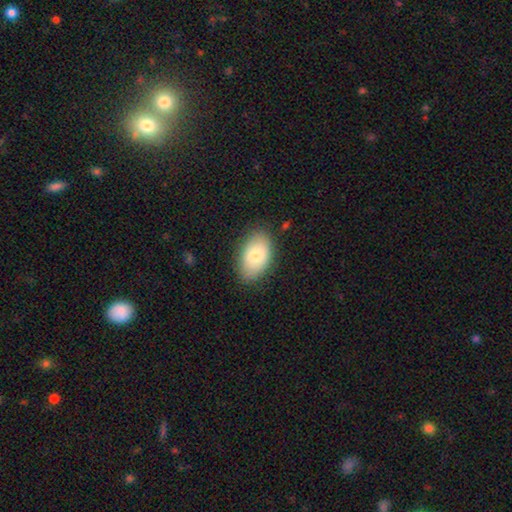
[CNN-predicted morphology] type=smooth (78%); roundness=in between (92%); merging=none (84%).